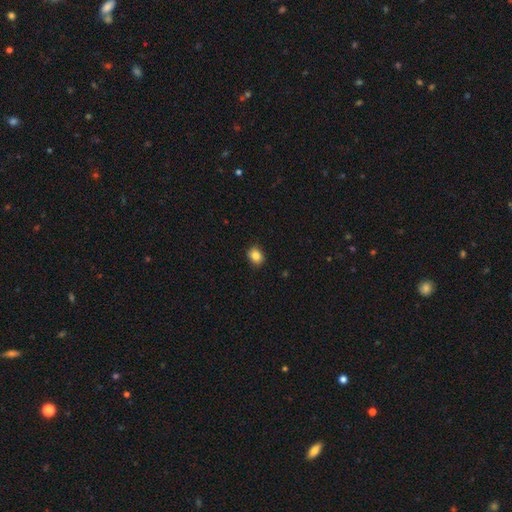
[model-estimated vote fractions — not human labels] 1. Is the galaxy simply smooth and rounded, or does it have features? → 85% smooth, 10% star or artifact, 5% featured or disk.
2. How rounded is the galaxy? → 57% round, 42% in between, 1% cigar-shaped.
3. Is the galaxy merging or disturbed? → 89% none, 9% minor disturbance, 2% major disturbance, 1% merger.